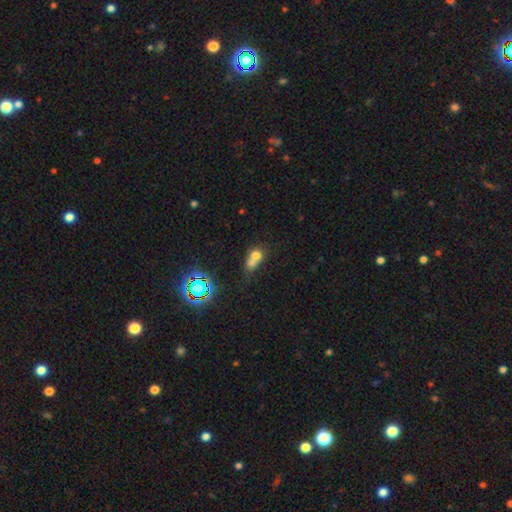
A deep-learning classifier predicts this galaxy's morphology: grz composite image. It shows a smooth galaxy with no disk features (66%) that is round (67%). Merging: merger (67%).